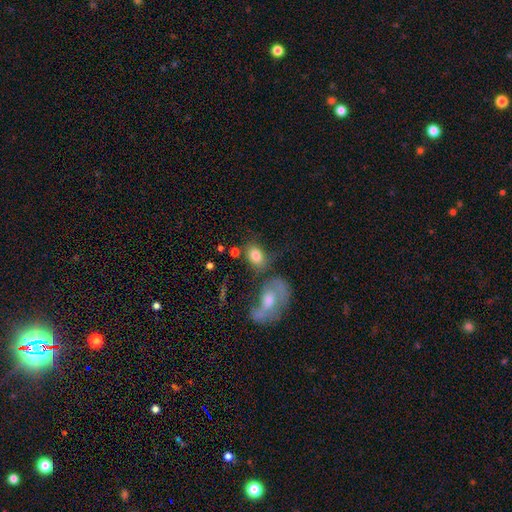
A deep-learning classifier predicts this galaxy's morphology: This appears to be a smooth galaxy with no disk features (76%) that is in between round and cigar-shaped (78%). Merging: none (46%).